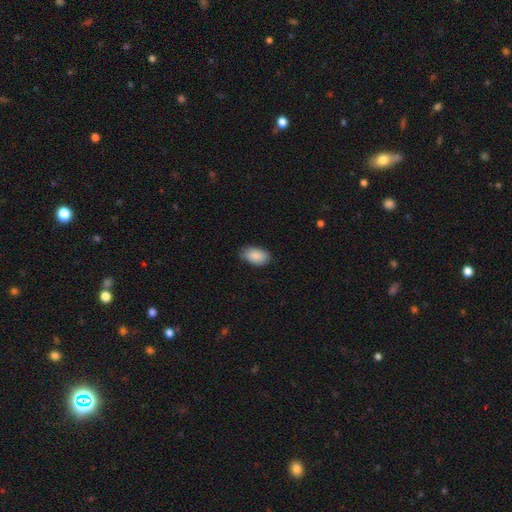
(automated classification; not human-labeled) Smooth or featured: smooth — 89% (star or artifact — 6%)
How rounded: in between — 93% (round — 5%)
Merging: none — 76% (minor disturbance — 20%)